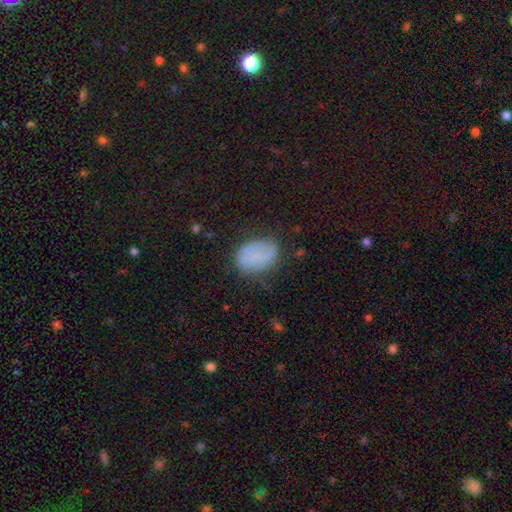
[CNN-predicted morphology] This appears to be a smooth galaxy with no disk features (72%) that is in between round and cigar-shaped (80%). Merging: none (64%).